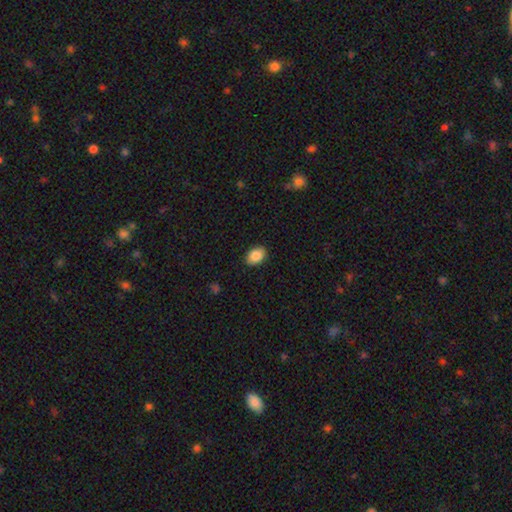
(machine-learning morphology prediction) A smooth galaxy with no disk features (87%) that is in between round and cigar-shaped (82%). Merging: none (89%).